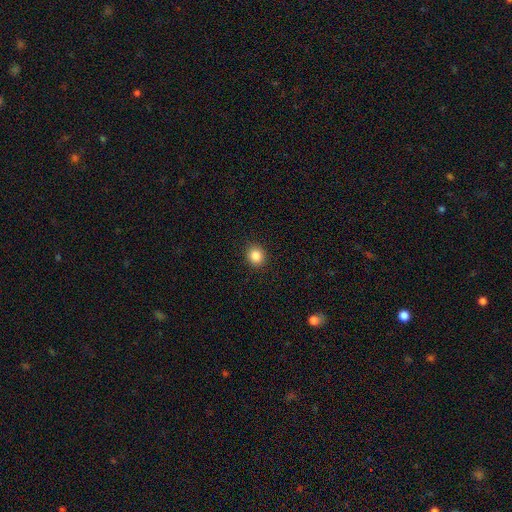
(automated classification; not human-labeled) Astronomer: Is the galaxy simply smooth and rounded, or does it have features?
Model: smooth — 86%.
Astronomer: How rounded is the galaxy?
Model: round — 77%.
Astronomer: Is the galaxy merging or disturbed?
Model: none — 91%.